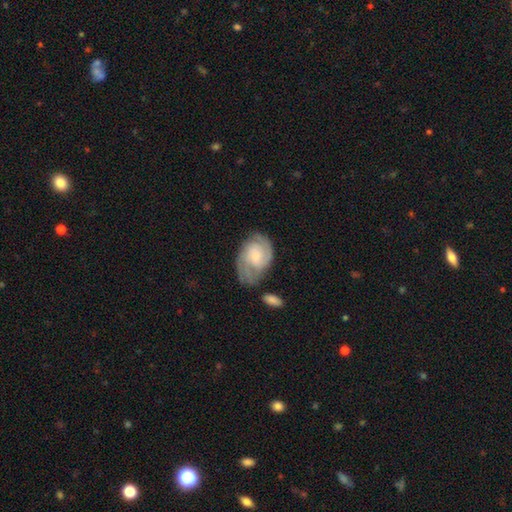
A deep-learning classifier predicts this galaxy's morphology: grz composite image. It shows a featured or disk galaxy (69%) with no bar (61%), 2 (62%) tight (49%) spiral arms (92%) and a small central bulge (41%). Merging: none (59%).